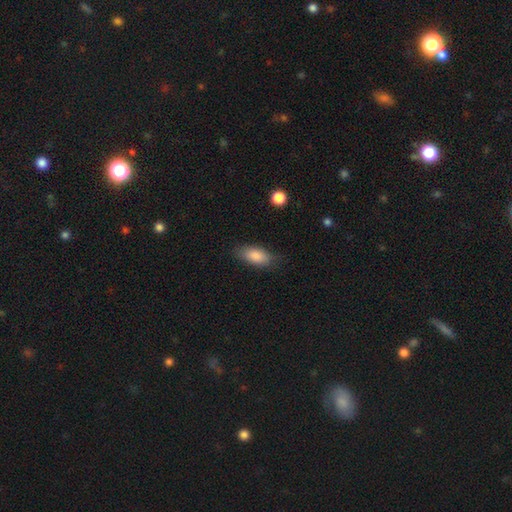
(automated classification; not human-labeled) Smooth or featured?
  - smooth: 86% *
  - featured or disk: 7%
  - star or artifact: 7%
How rounded?
  - in between: 86% *
  - cigar-shaped: 11%
  - round: 3%
Merging?
  - none: 80% *
  - minor disturbance: 16%
  - major disturbance: 4%
  - merger: 1%